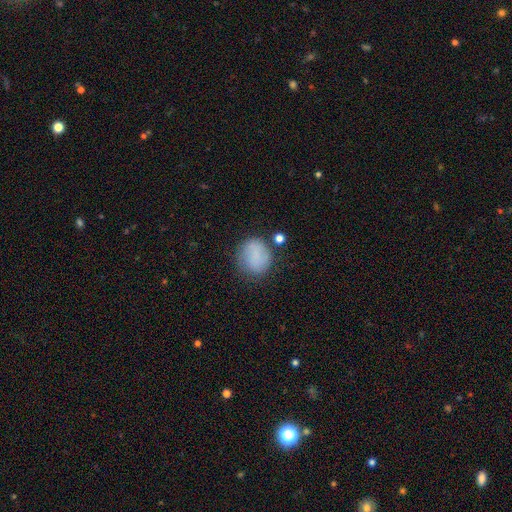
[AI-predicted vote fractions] Smooth or featured? smooth (76%)
How rounded? round (78%)
Merging? none (67%)